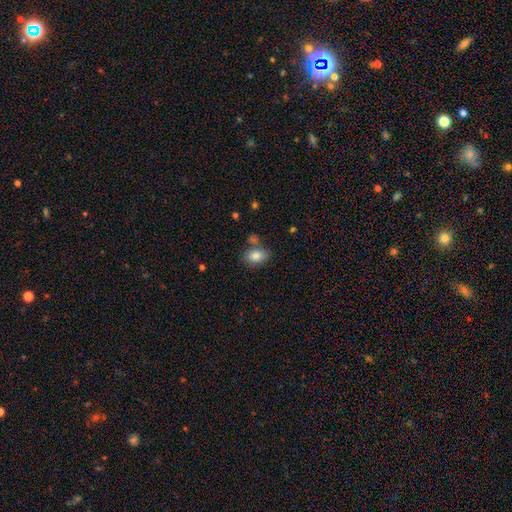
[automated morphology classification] This is clearly a smooth galaxy (84%). How rounded: clearly in between (82%). Merging: likely none (65%).